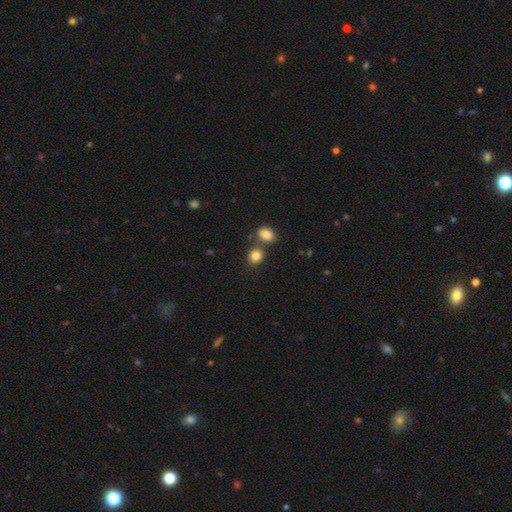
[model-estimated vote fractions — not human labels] smooth 83%, star or artifact 10%, featured or disk 6%. Down the decision tree: how rounded — round (65%); merging — none (64%).